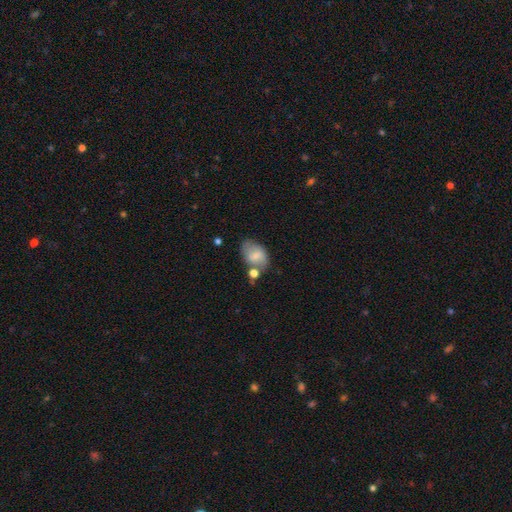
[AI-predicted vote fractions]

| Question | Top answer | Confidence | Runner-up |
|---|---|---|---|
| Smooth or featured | smooth | 62% | featured or disk (30%) |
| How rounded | in between | 82% | round (16%) |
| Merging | none | 51% | minor disturbance (23%) |